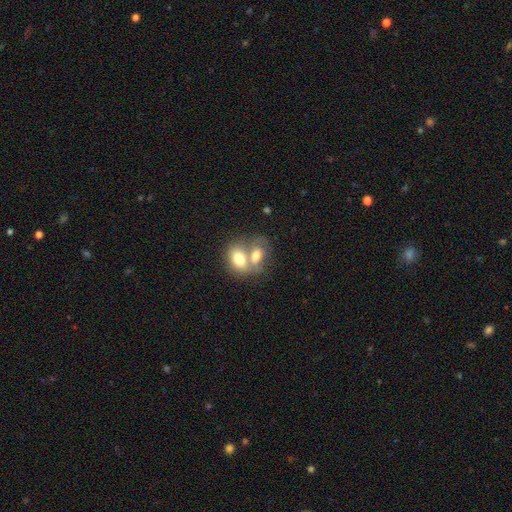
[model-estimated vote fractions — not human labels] Smooth or featured? Predicted: smooth (p=0.72). How rounded? Predicted: in between (p=0.82). Merging? Predicted: merger (p=0.71).